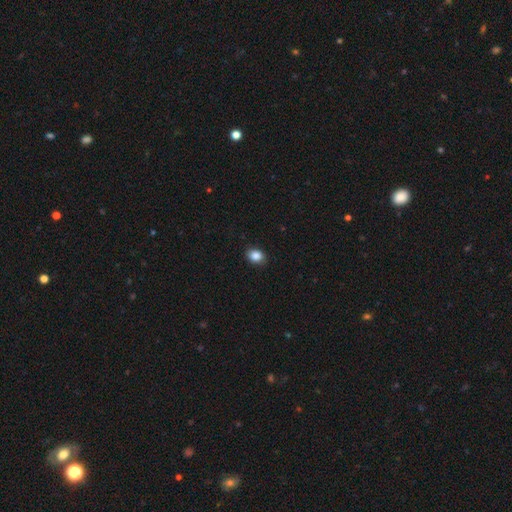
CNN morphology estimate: Smooth or featured? Predicted: smooth (p=0.87). How rounded? Predicted: in between (p=0.62). Merging? Predicted: none (p=0.88).